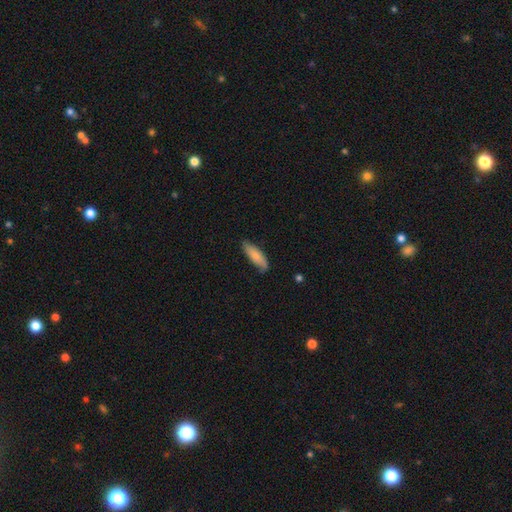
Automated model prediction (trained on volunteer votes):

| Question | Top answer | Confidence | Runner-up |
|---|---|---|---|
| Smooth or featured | smooth | 76% | featured or disk (18%) |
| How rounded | in between | 57% | cigar-shaped (42%) |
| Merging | none | 71% | minor disturbance (23%) |